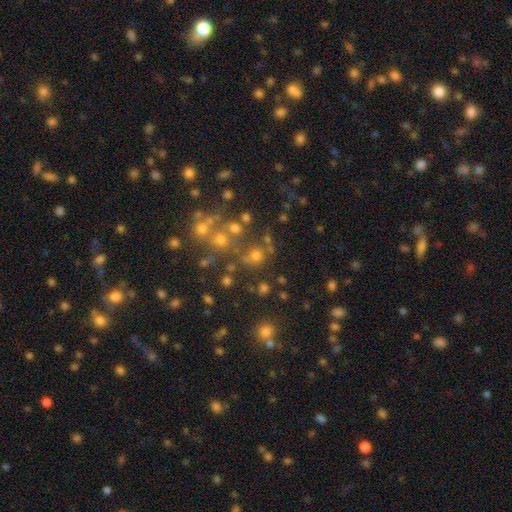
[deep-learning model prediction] Smooth or featured: smooth — 63% (star or artifact — 25%)
How rounded: round — 85% (in between — 14%)
Merging: none — 64% (merger — 18%)